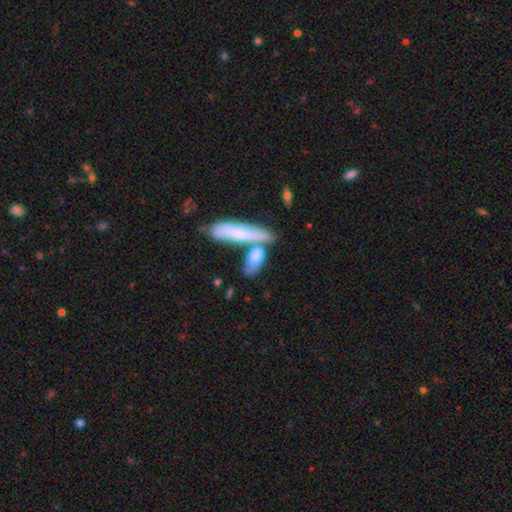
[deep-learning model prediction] Smooth or featured? smooth (71%)
How rounded? in between (62%)
Merging? none (41%)